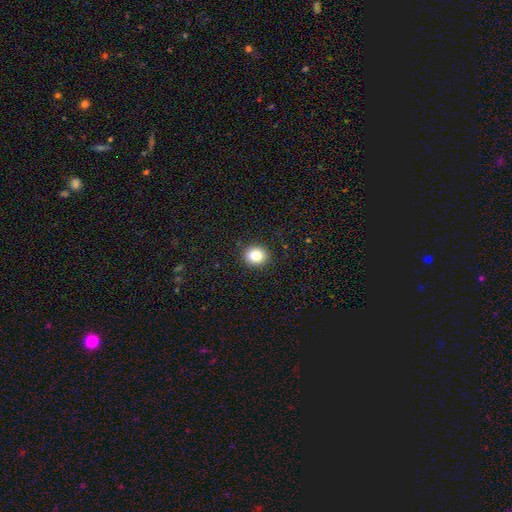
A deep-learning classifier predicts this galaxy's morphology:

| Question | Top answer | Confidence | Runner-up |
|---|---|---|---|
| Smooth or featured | smooth | 83% | star or artifact (11%) |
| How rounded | round | 78% | in between (21%) |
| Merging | none | 91% | minor disturbance (6%) |